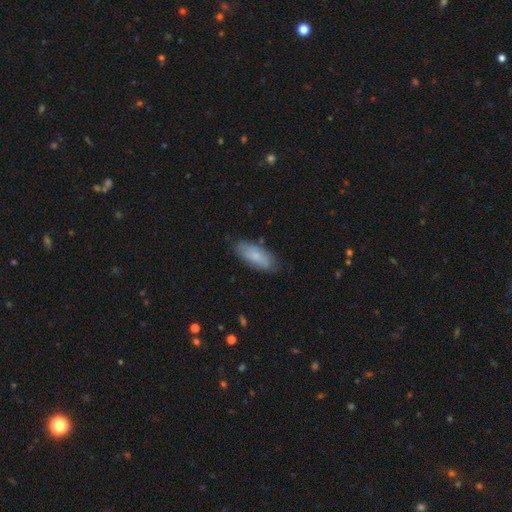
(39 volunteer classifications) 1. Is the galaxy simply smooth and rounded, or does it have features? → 77% smooth, 18% featured or disk, 5% star or artifact.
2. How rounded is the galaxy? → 90% in between, 10% cigar-shaped, 0% round.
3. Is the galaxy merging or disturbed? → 81% none, 8% major disturbance, 5% minor disturbance, 5% merger.